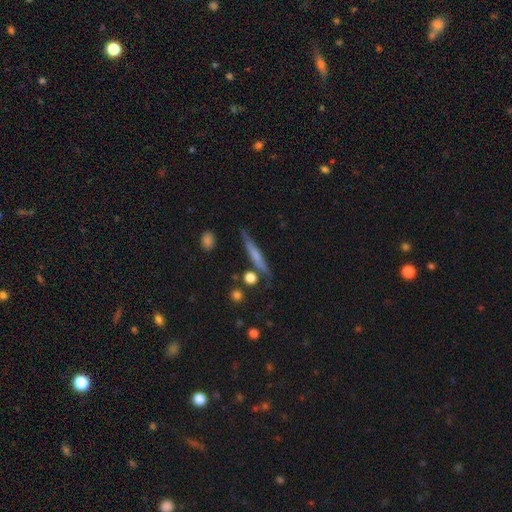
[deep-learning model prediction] Smooth or featured? smooth (50%)
How rounded? cigar-shaped (90%)
Merging? none (75%)